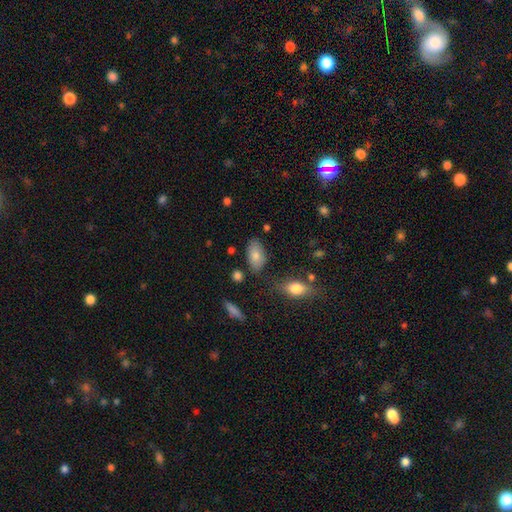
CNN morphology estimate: type=smooth (82%); roundness=in between (93%); merging=none (76%).